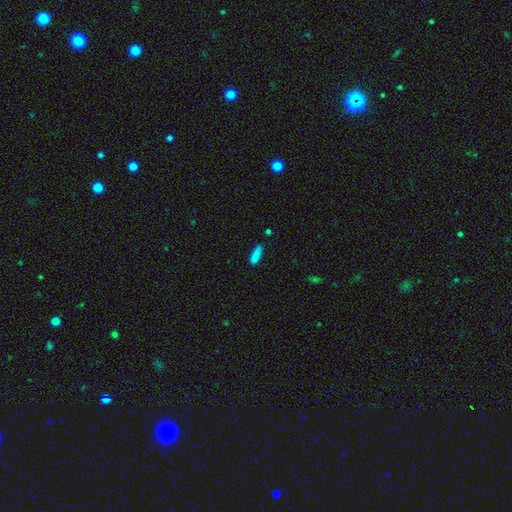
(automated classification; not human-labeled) smooth-or-featured: smooth: 85% | star or artifact: 9% | featured or disk: 6%
  how-rounded: cigar-shaped: 66% | in between: 32% | round: 2%
  merging: none: 77% | minor disturbance: 16% | merger: 4% | major disturbance: 3%